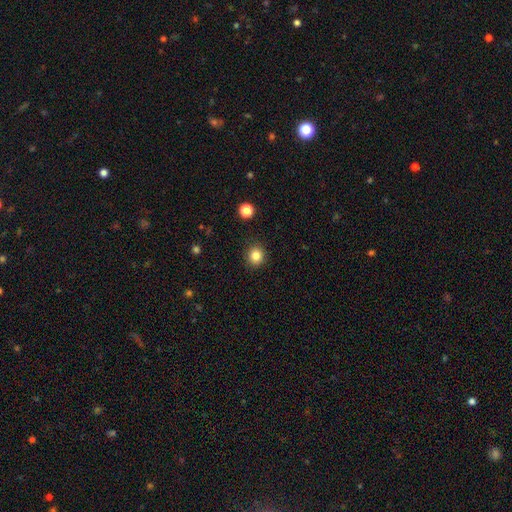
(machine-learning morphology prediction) Smooth or featured: smooth — 83% (star or artifact — 12%)
How rounded: round — 86% (in between — 13%)
Merging: none — 91% (minor disturbance — 6%)